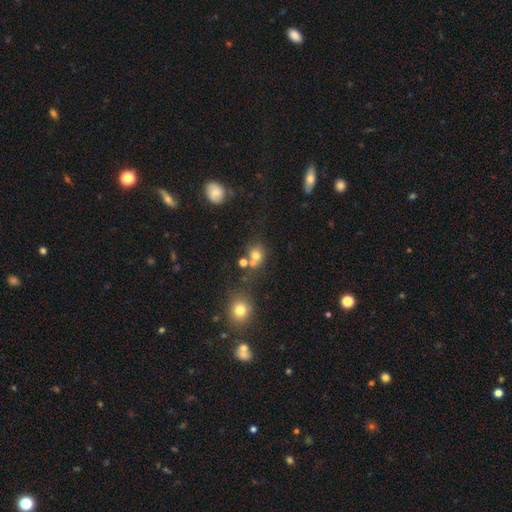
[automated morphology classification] Smooth or featured: smooth — 71% (star or artifact — 18%)
How rounded: round — 73% (in between — 26%)
Merging: none — 53% (merger — 29%)